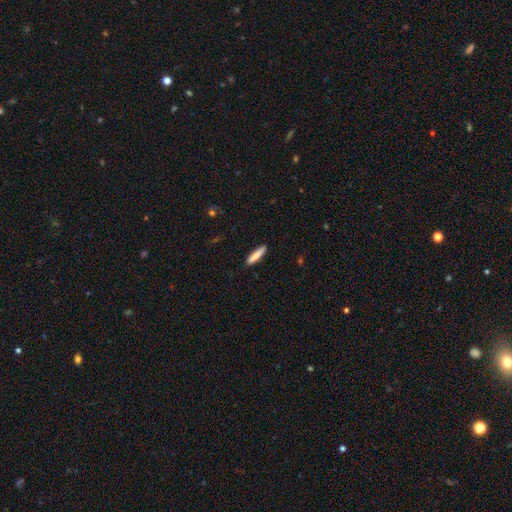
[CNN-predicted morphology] Q: Smooth or featured?
A: smooth (82%); runner-up: featured or disk (12%)
Q: How rounded?
A: cigar-shaped (86%); runner-up: in between (12%)
Q: Merging?
A: none (89%); runner-up: minor disturbance (9%)